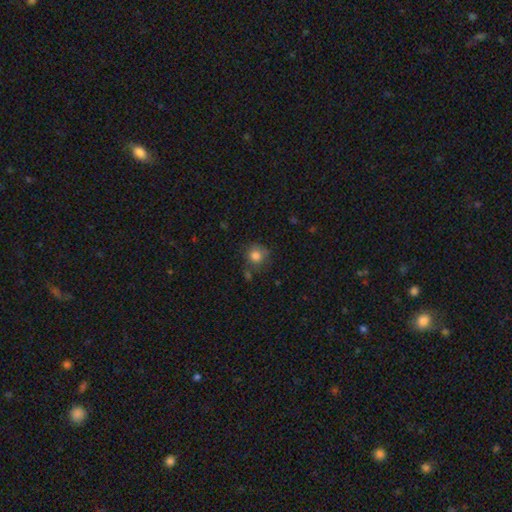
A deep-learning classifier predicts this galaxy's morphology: Smooth or featured? Predicted: smooth (p=0.80). How rounded? Predicted: round (p=0.85). Merging? Predicted: none (p=0.65).